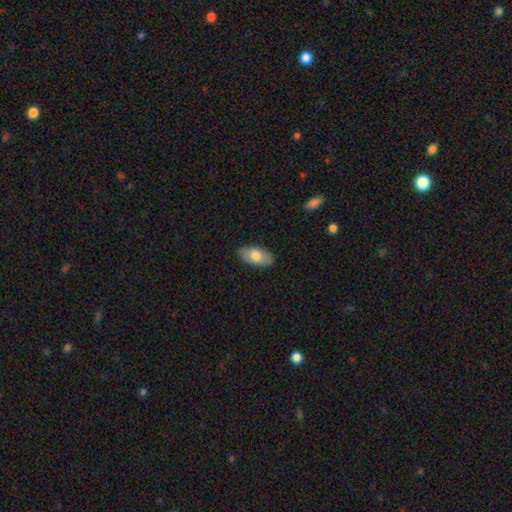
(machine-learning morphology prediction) smooth-or-featured: smooth: 71% | featured or disk: 23% | star or artifact: 6%
  how-rounded: in between: 94% | round: 4% | cigar-shaped: 3%
  merging: none: 85% | minor disturbance: 12% | major disturbance: 2% | merger: 1%